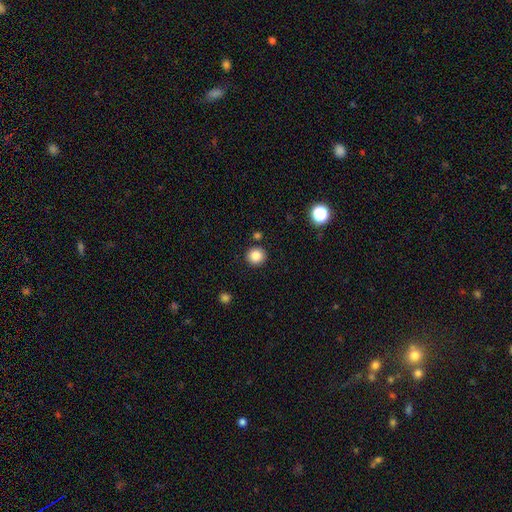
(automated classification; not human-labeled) Smooth or featured?
  - smooth: 86% *
  - star or artifact: 10%
  - featured or disk: 3%
How rounded?
  - round: 93% *
  - in between: 6%
  - cigar-shaped: 1%
Merging?
  - none: 89% *
  - minor disturbance: 6%
  - merger: 3%
  - major disturbance: 2%